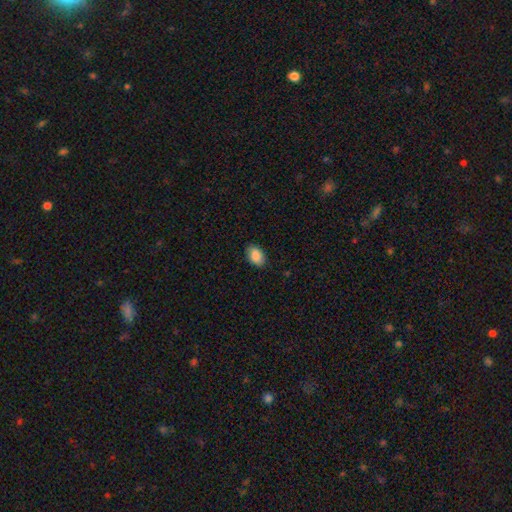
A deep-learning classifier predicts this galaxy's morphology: type=smooth (87%); roundness=in between (88%); merging=none (86%).